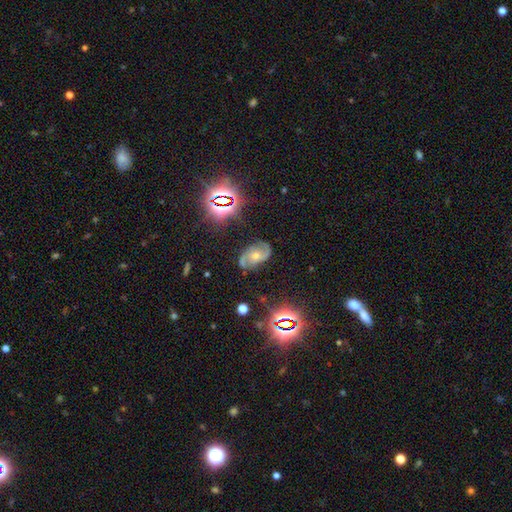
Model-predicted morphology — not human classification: A featured or disk galaxy (65%) with no bar (68%), 2 (80%) medium (47%) spiral arms (94%) and a moderate central bulge (62%). Merging: none (73%).